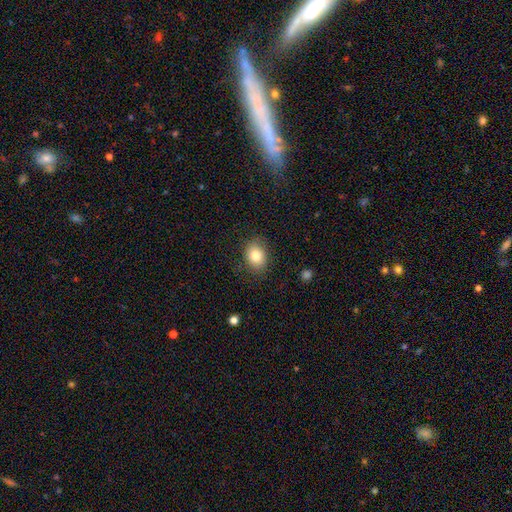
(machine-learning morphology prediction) Smooth or featured: smooth — 82% (featured or disk — 9%)
How rounded: in between — 57% (round — 42%)
Merging: none — 82% (minor disturbance — 13%)